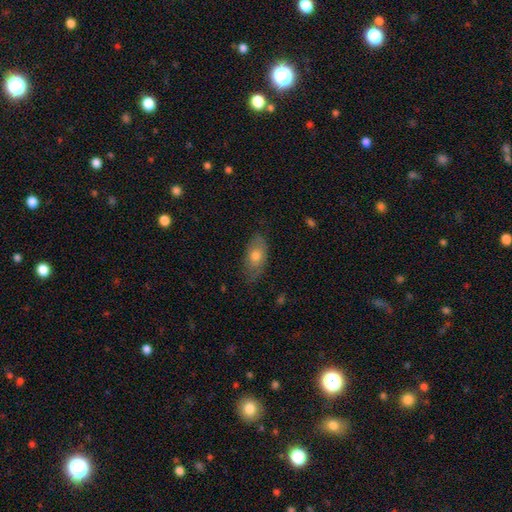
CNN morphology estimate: Q: Smooth or featured?
A: smooth (65%); runner-up: featured or disk (28%)
Q: How rounded?
A: in between (89%); runner-up: cigar-shaped (6%)
Q: Merging?
A: none (74%); runner-up: minor disturbance (20%)